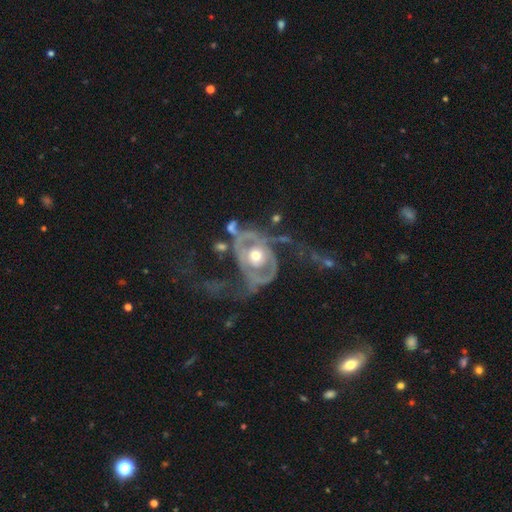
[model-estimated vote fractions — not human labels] Morphology: type=featured or disk (83%); edge-on=no (96%); bar=no (80%); spiral arms=yes (74%); winding=tight (38%); arm count=2 (50%); bulge=moderate (71%); merging=major disturbance (46%).